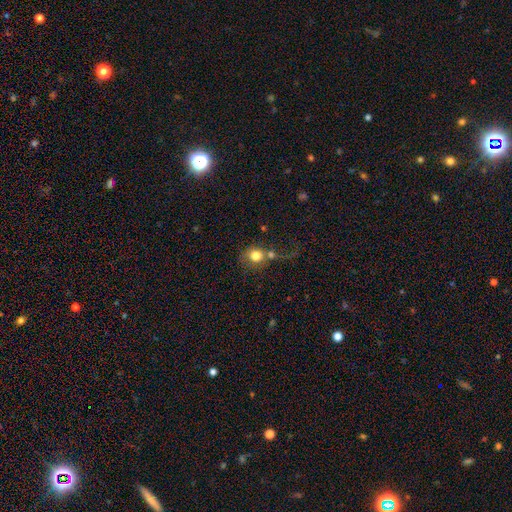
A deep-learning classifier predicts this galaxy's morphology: Overall: smooth (77%). How rounded: round (78%). Merging: none (38%; merger 34%).